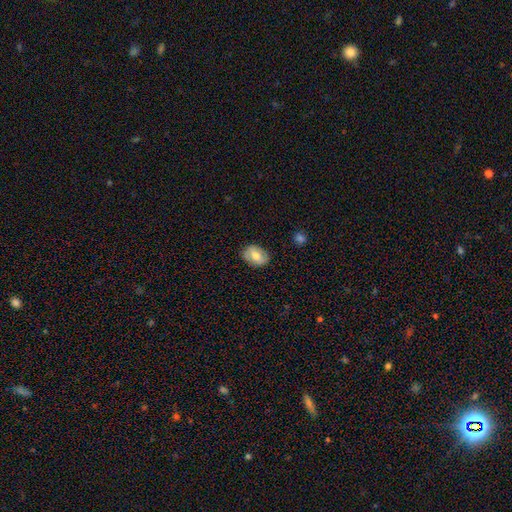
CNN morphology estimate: Smooth or featured: smooth — 64% (featured or disk — 28%)
How rounded: in between — 76% (round — 22%)
Merging: none — 84% (minor disturbance — 12%)